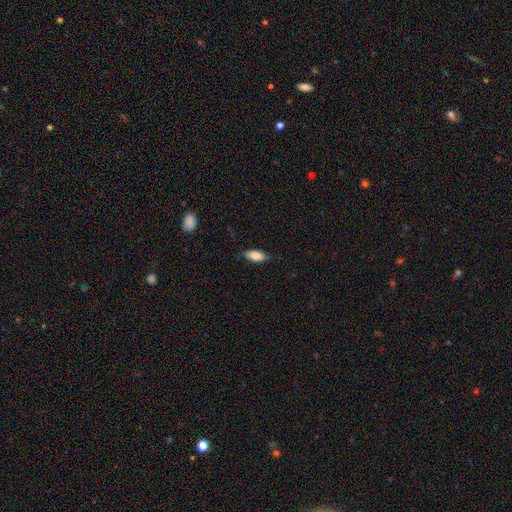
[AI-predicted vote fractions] Smooth or featured? Predicted: smooth (p=0.78). How rounded? Predicted: in between (p=0.84). Merging? Predicted: none (p=0.77).